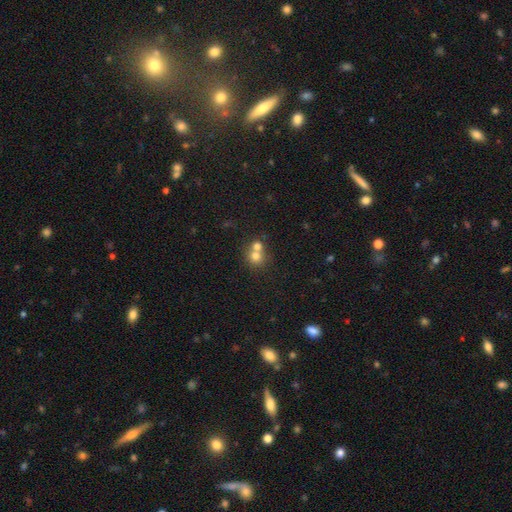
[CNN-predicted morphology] Smooth or featured: smooth — 73% (featured or disk — 15%)
How rounded: round — 84% (in between — 15%)
Merging: merger — 59% (none — 34%)